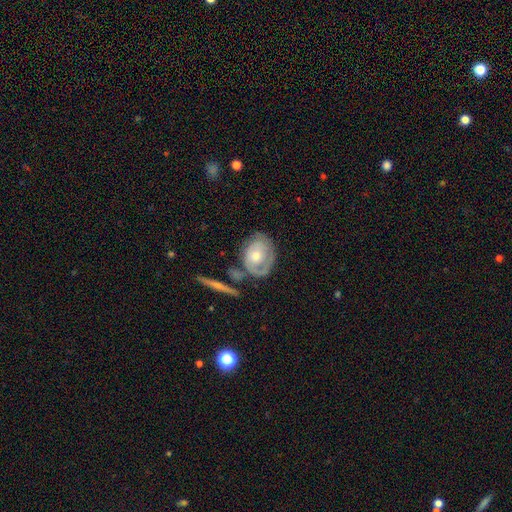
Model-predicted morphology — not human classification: smooth-or-featured: featured or disk: 63% | smooth: 30% | star or artifact: 6%
  disk-edge-on: no: 91% | yes: 9%
    bar: no: 77% | weak: 19% | strong: 4%
    has-spiral-arms: yes: 70% | no: 30%
    bulge-size: moderate: 62% | small: 28% | large: 6% | none: 2% | dominant: 1%
  merging: none: 58% | minor disturbance: 22% | merger: 10% | major disturbance: 10%